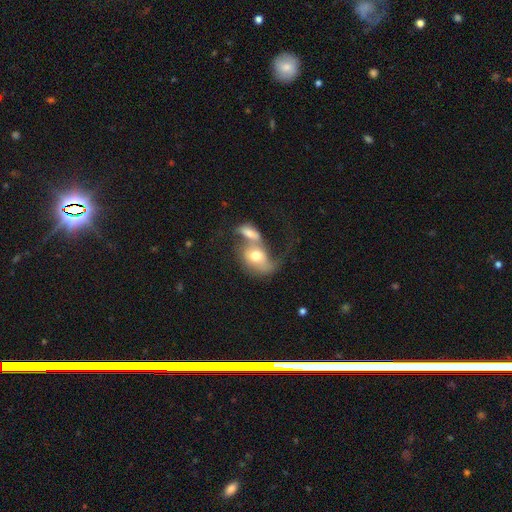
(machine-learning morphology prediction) The model was most divided on "smooth or featured": smooth: 51%, featured or disk: 40%, star or artifact: 8%. More confident: merging — merger (70%); how rounded — in between (67%).